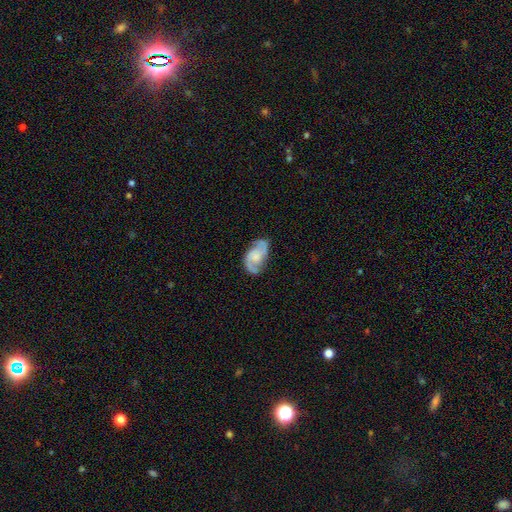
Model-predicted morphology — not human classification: A featured or disk galaxy (79%) with no bar (60%), 2 (87%) medium (51%) spiral arms (94%) and a small central bulge (30%, tied with none). Merging: none (68%).